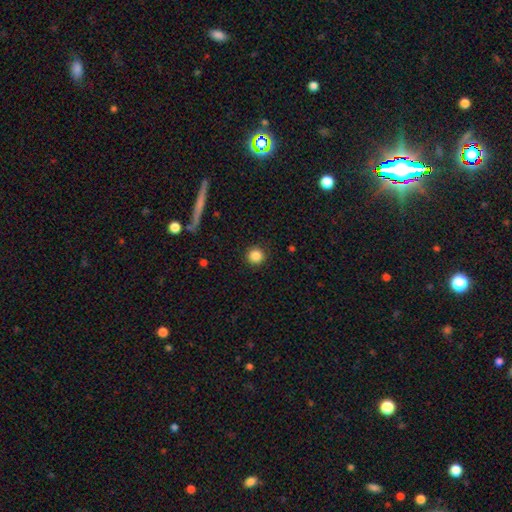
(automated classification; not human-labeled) Morphology: type=smooth (85%); roundness=round (94%); merging=none (91%).